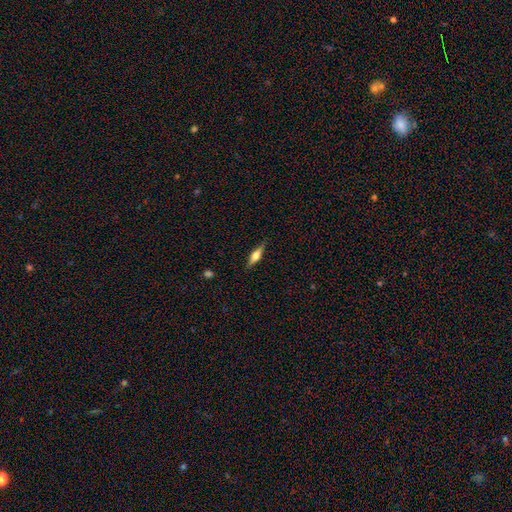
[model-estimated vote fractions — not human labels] Overall: featured or disk (50%; smooth 43%). Merging: none (86%).